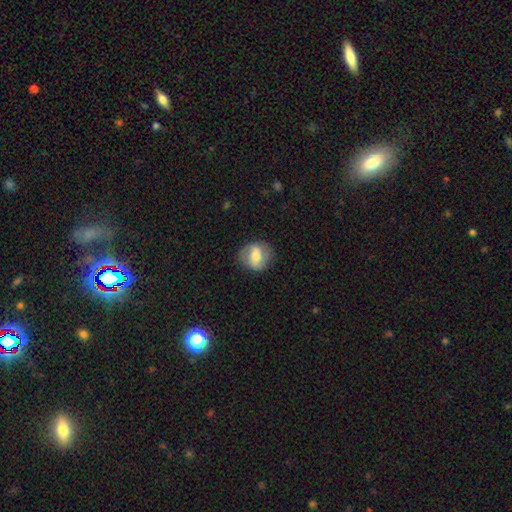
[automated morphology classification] The model was most divided on "smooth or featured": smooth: 56%, featured or disk: 36%, star or artifact: 8%. More confident: merging — none (77%); how rounded — round (66%).